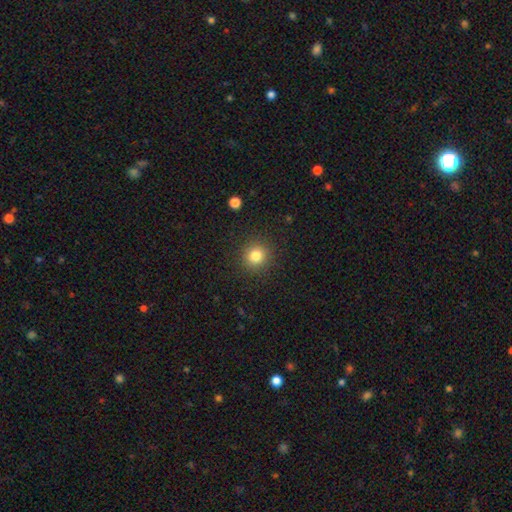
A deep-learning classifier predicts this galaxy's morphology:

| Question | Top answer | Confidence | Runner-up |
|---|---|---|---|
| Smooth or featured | smooth | 82% | star or artifact (12%) |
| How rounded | round | 91% | in between (8%) |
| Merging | none | 90% | minor disturbance (6%) |